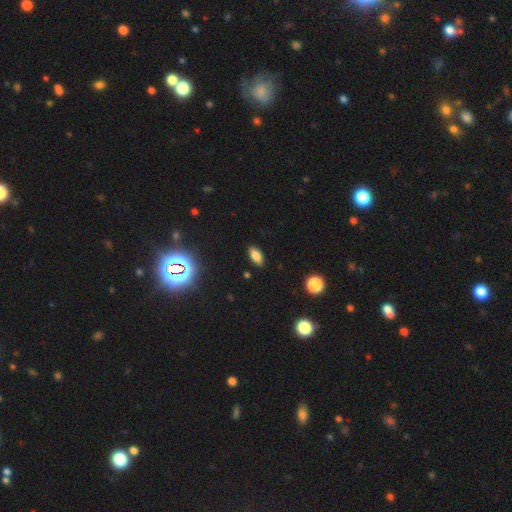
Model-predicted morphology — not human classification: Smooth or featured? smooth (79%)
How rounded? in between (88%)
Merging? none (88%)